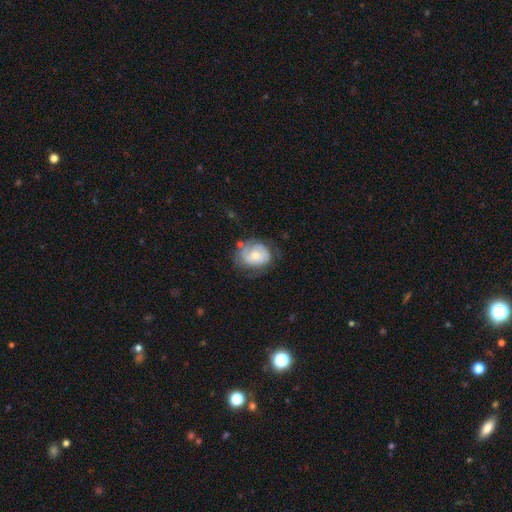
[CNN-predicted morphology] This appears to be a smooth galaxy with no disk features (48%). Merging: none (50%).